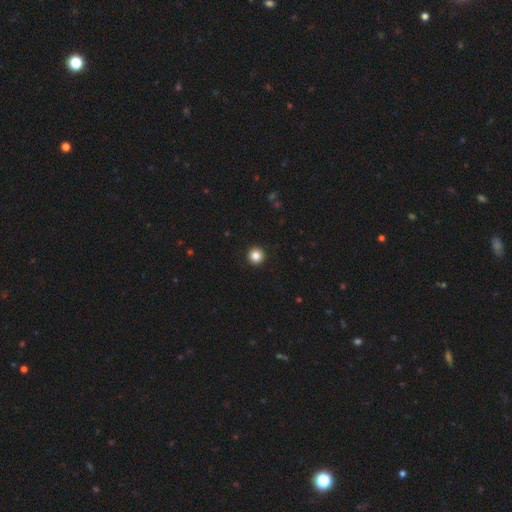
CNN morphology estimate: Smooth or featured?
  - smooth: 84% *
  - star or artifact: 11%
  - featured or disk: 5%
How rounded?
  - round: 96% *
  - in between: 3%
  - cigar-shaped: 1%
Merging?
  - none: 94% *
  - minor disturbance: 4%
  - major disturbance: 1%
  - merger: 1%